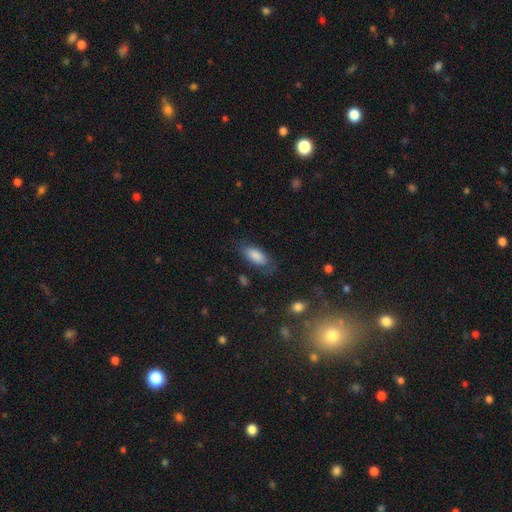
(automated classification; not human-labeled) smooth 84%, featured or disk 10%, star or artifact 7%. Down the decision tree: how rounded — in between (87%); merging — none (69%).